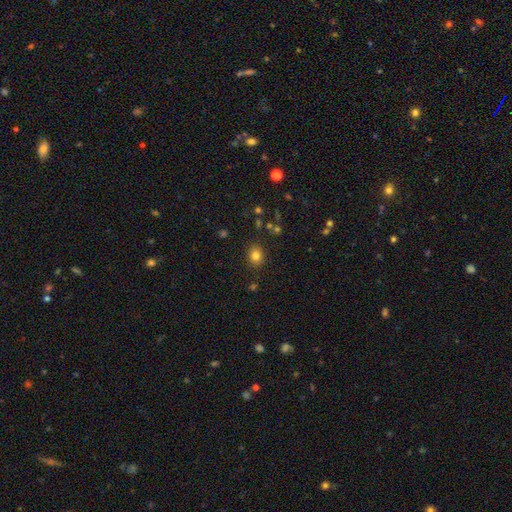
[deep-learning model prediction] Overall: smooth (80%). How rounded: round (62%; in between 37%). Merging: none (85%).